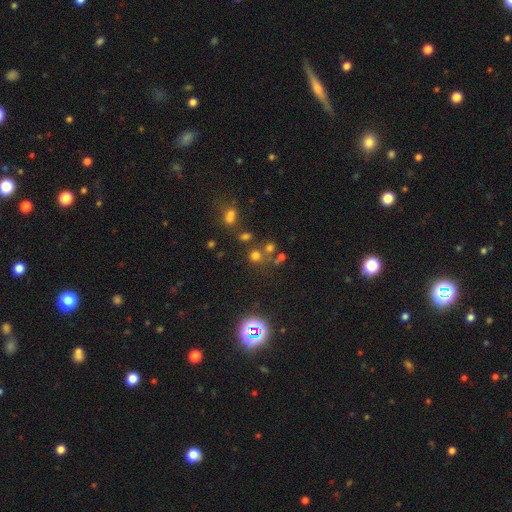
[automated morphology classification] type=smooth (59%); roundness=round (85%); merging=none (63%).